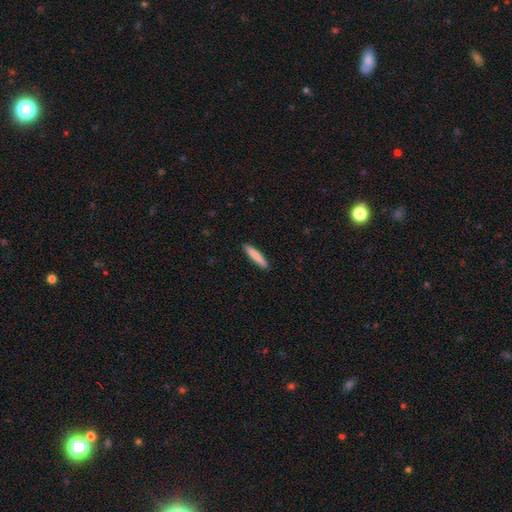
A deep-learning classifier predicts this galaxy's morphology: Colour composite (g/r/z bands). It shows a smooth galaxy with no disk features (82%) that is cigar-shaped (93%). Merging: none (91%).